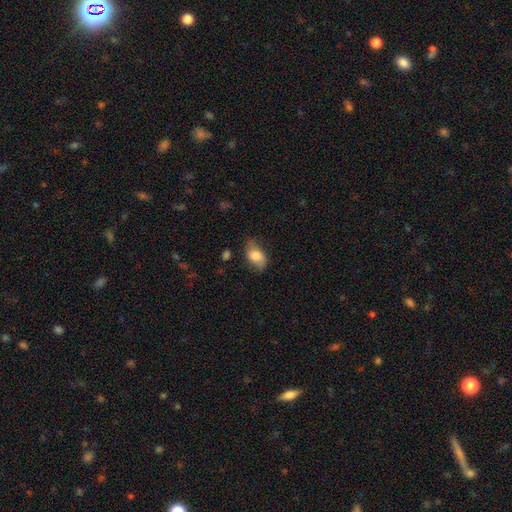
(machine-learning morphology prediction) Smooth or featured? Predicted: smooth (p=0.73). How rounded? Predicted: in between (p=0.90). Merging? Predicted: none (p=0.66).